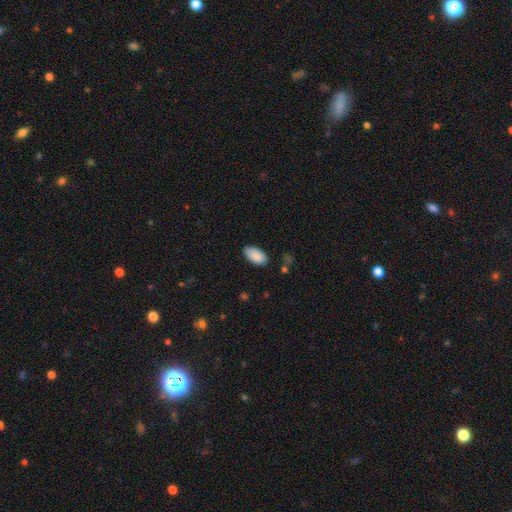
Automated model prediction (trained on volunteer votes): A smooth galaxy with no disk features (89%) that is in between round and cigar-shaped (95%).

Vote fractions:
- Smooth or featured? smooth: 89% / star or artifact: 6% / featured or disk: 4%
- How rounded? in between: 95% / cigar-shaped: 3% / round: 2%
- Merging? none: 83% / minor disturbance: 13% / major disturbance: 3% / merger: 2%